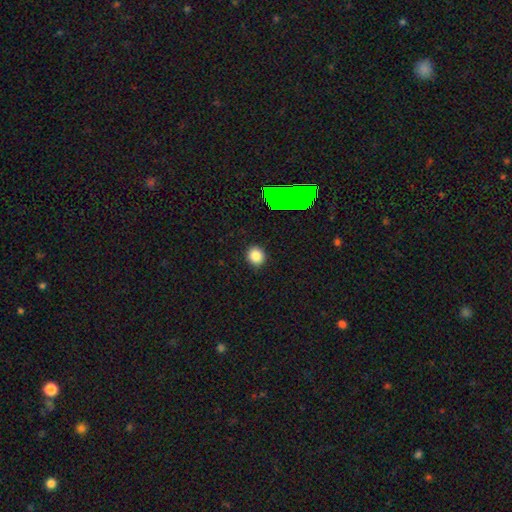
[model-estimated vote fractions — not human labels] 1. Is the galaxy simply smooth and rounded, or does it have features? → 81% smooth, 13% star or artifact, 5% featured or disk.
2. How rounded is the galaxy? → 84% round, 15% in between, 1% cigar-shaped.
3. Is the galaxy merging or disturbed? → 90% none, 6% minor disturbance, 2% major disturbance, 1% merger.